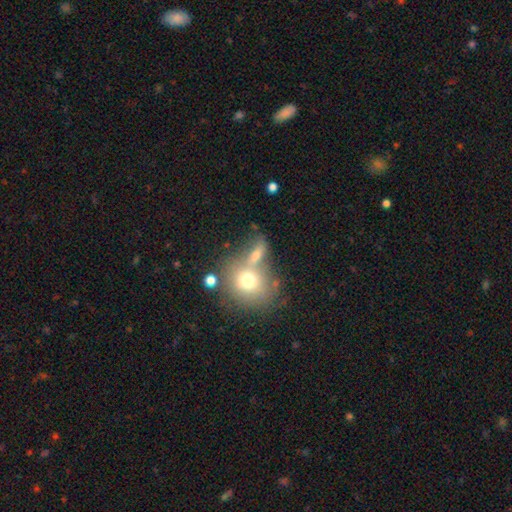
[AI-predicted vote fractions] This appears to be a smooth galaxy with no disk features (65%) that is round (52%). Merging: merger (46%).